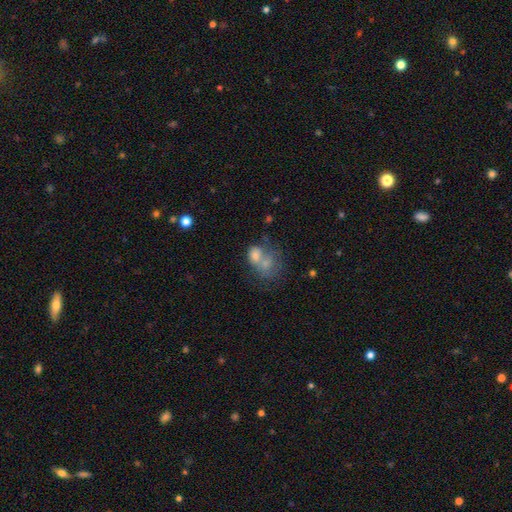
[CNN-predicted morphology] A smooth galaxy with no disk features (62%) that is in between round and cigar-shaped (56%). Merging: merger (64%).